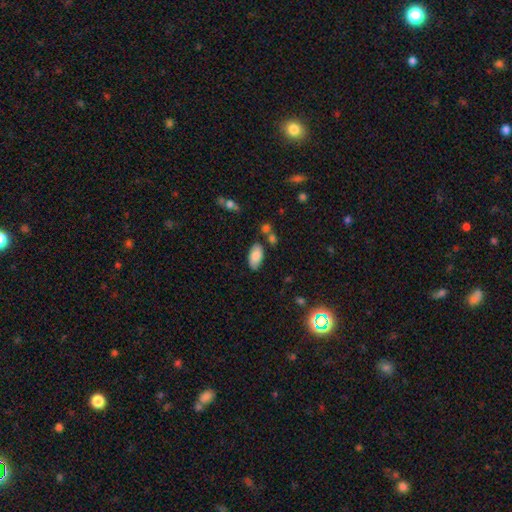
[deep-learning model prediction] Smooth or featured? smooth (83%)
How rounded? in between (94%)
Merging? none (77%)